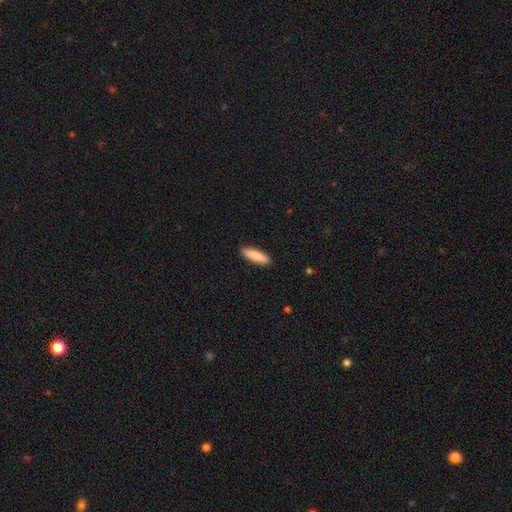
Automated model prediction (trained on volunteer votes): A smooth galaxy with no disk features (88%) that is cigar-shaped (59%).

Vote fractions:
- Smooth or featured? smooth: 88% / featured or disk: 7% / star or artifact: 5%
- How rounded? cigar-shaped: 59% / in between: 40% / round: 2%
- Merging? none: 90% / minor disturbance: 7% / major disturbance: 2% / merger: 1%